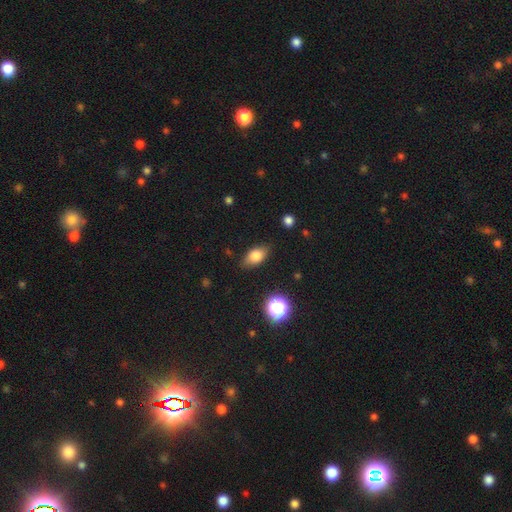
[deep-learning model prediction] Overall: smooth (75%). How rounded: in between (84%). Merging: none (81%).